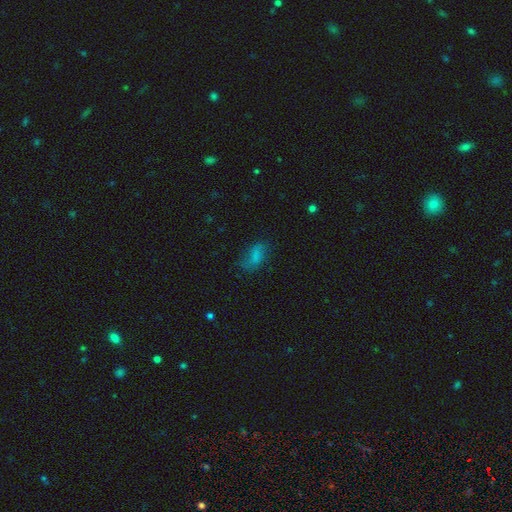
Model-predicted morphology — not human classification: Overall: smooth (63%; featured or disk 24%). How rounded: in between (87%). Merging: none (56%; minor disturbance 26%).